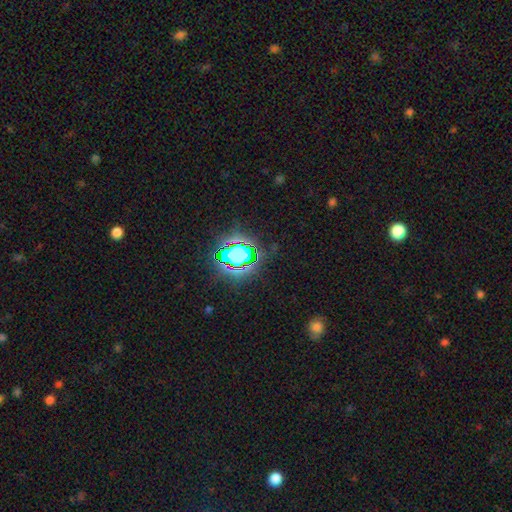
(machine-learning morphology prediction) This appears to be a star or artifact, not a galaxy (78%).